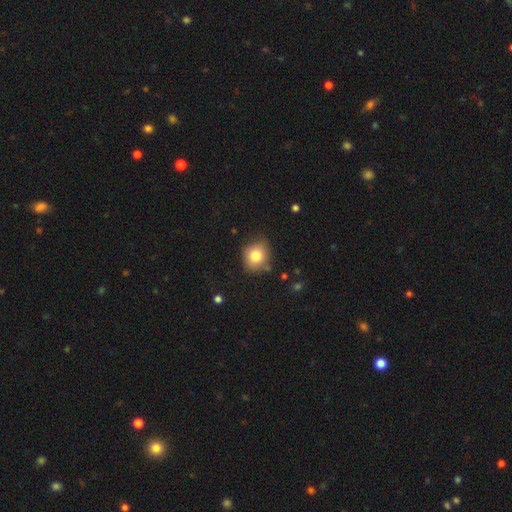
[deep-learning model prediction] A smooth galaxy with no disk features (80%) that is round (71%).

Vote fractions:
- Smooth or featured? smooth: 80% / star or artifact: 10% / featured or disk: 9%
- How rounded? round: 71% / in between: 28% / cigar-shaped: 1%
- Merging? none: 74% / minor disturbance: 19% / major disturbance: 4% / merger: 3%